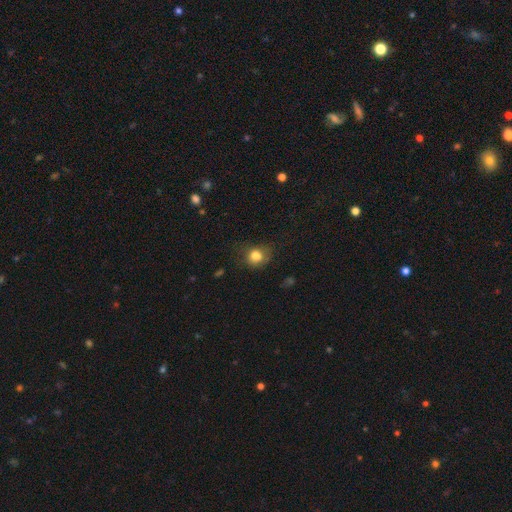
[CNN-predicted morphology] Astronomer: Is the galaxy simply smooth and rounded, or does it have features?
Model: smooth — 80%.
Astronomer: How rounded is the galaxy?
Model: round — 62%.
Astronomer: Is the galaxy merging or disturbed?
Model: none — 63%.